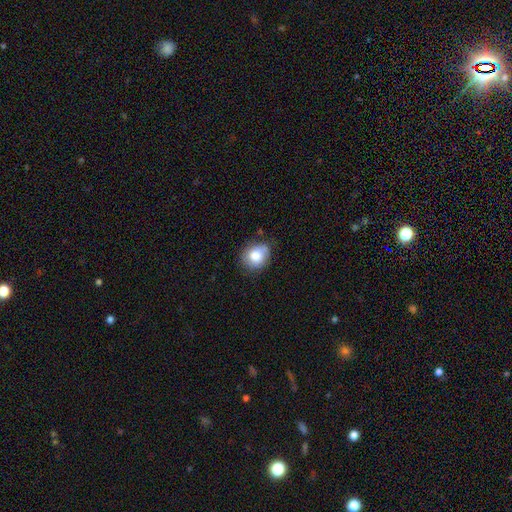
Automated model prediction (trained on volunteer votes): The model was most divided on "merging": none: 62%, minor disturbance: 28%, major disturbance: 7%, merger: 3%. More confident: smooth or featured — smooth (78%); how rounded — round (69%).